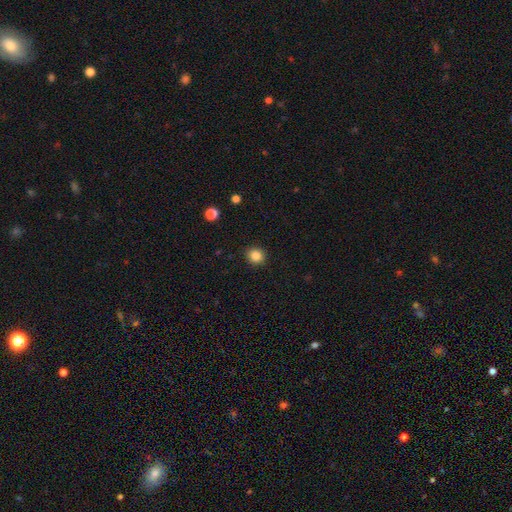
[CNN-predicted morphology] A smooth galaxy with no disk features (85%) that is round (86%). Merging: none (91%).